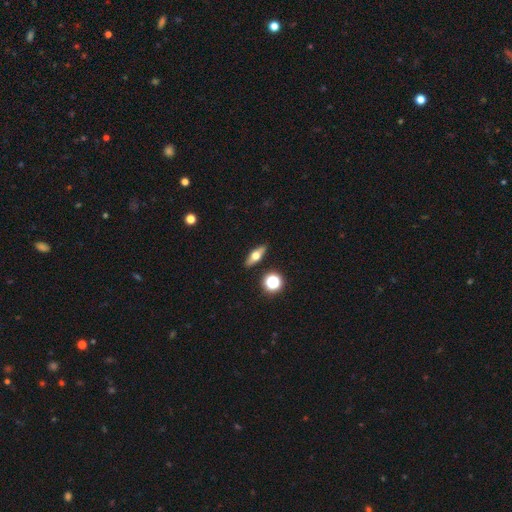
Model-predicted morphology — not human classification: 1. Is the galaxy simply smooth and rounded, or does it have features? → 50% smooth, 41% featured or disk, 9% star or artifact.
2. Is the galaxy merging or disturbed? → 88% none, 8% minor disturbance, 2% merger, 2% major disturbance.